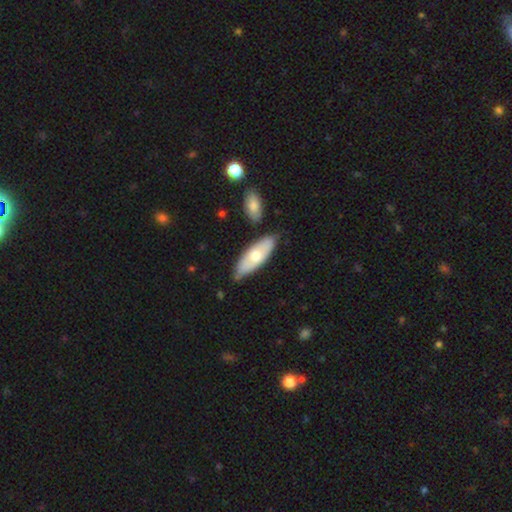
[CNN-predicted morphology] This appears to be a smooth galaxy with no disk features (61%) that is in between round and cigar-shaped (67%). Merging: none (72%).